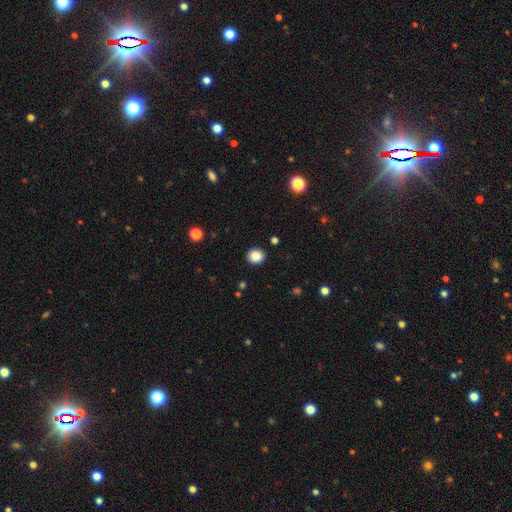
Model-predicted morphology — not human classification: type=smooth (87%); roundness=round (85%); merging=none (91%).